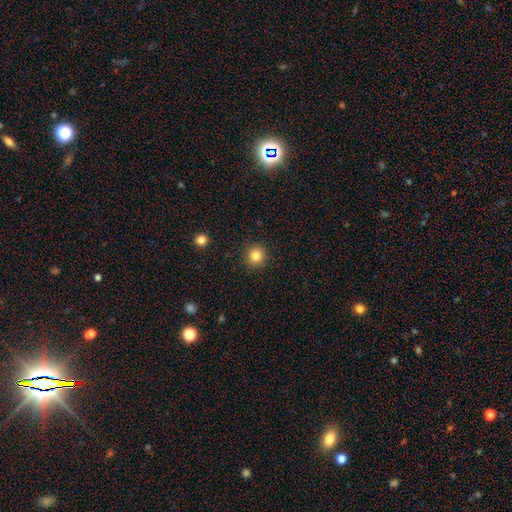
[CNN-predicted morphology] Smooth or featured? smooth (83%)
How rounded? round (94%)
Merging? none (92%)